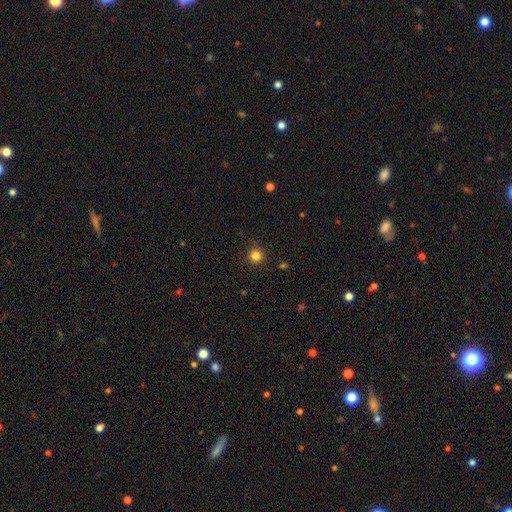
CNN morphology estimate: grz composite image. It shows a smooth galaxy with no disk features (82%) that is round (94%). Merging: none (87%).